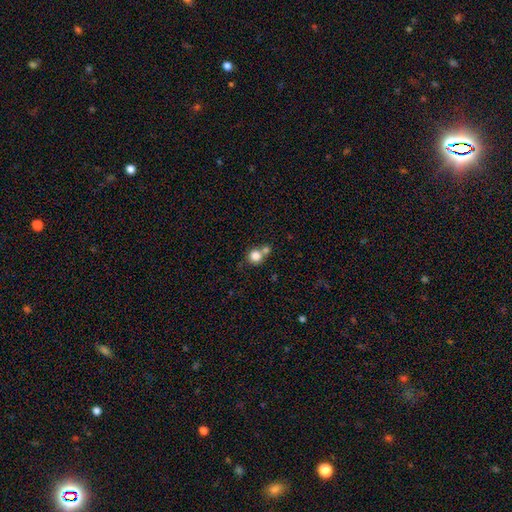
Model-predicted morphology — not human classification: The model was most divided on "merging": none: 49%, merger: 40%, minor disturbance: 8%, major disturbance: 3%. More confident: how rounded — round (90%); smooth or featured — smooth (82%).